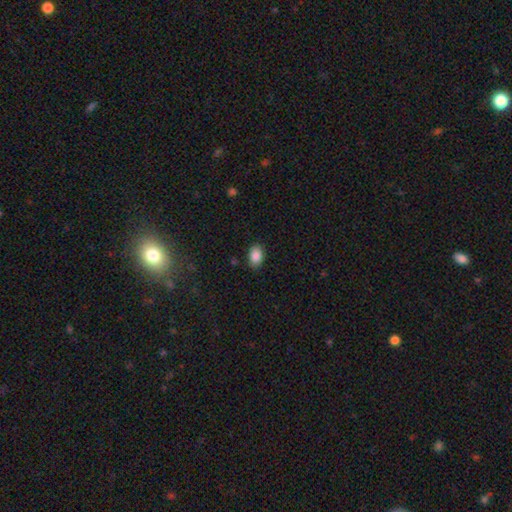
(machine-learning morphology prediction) The model was most divided on "how rounded": in between: 86%, round: 13%, cigar-shaped: 1%. More confident: smooth or featured — smooth (88%); merging — none (86%).